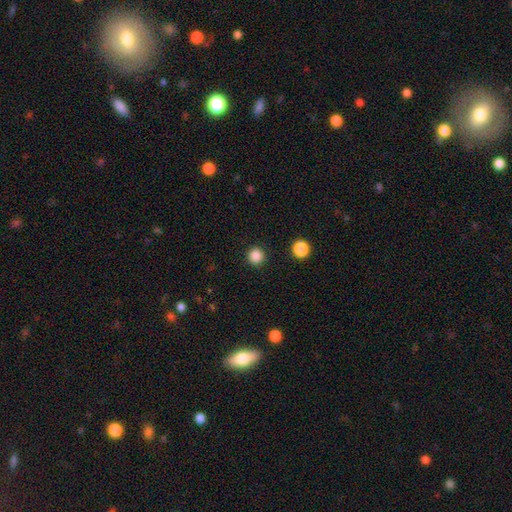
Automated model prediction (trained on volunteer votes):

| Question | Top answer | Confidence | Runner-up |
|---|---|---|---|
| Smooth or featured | smooth | 86% | star or artifact (11%) |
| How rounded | round | 95% | in between (4%) |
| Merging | none | 92% | minor disturbance (5%) |